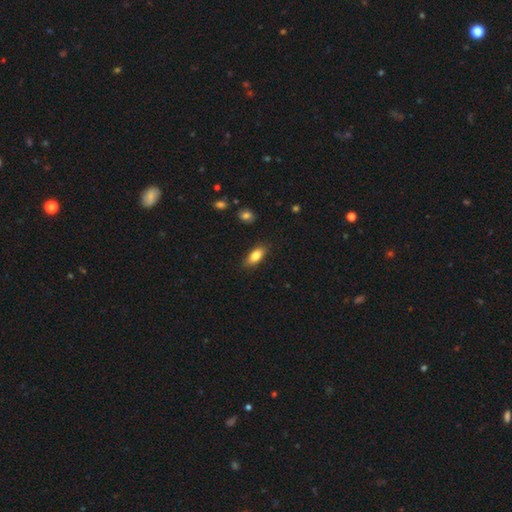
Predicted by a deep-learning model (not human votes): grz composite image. It shows a smooth galaxy with no disk features (80%) that is in between round and cigar-shaped (81%). Merging: none (84%).